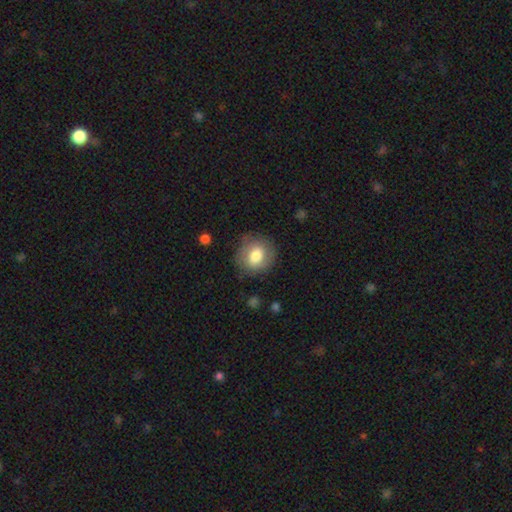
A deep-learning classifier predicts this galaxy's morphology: A smooth galaxy with no disk features (72%) that is round (72%).

Vote fractions:
- Smooth or featured? smooth: 72% / featured or disk: 21% / star or artifact: 7%
- How rounded? round: 72% / in between: 27% / cigar-shaped: 1%
- Merging? none: 78% / minor disturbance: 15% / major disturbance: 6% / merger: 1%